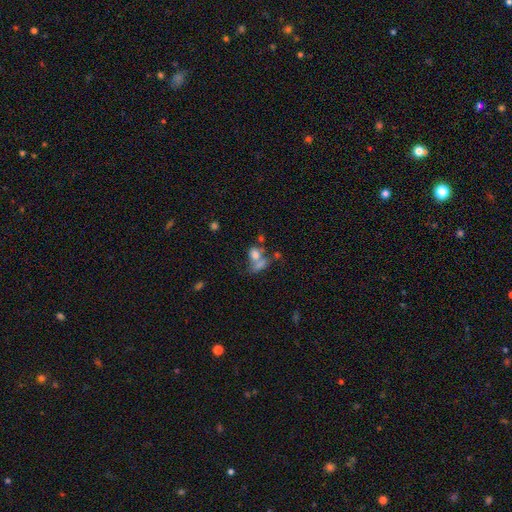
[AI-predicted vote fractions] A smooth galaxy with no disk features (67%) that is in between round and cigar-shaped (56%).

Vote fractions:
- Smooth or featured? smooth: 67% / featured or disk: 17% / star or artifact: 15%
- How rounded? in between: 56% / round: 40% / cigar-shaped: 4%
- Merging? merger: 48% / none: 29% / major disturbance: 13% / minor disturbance: 11%